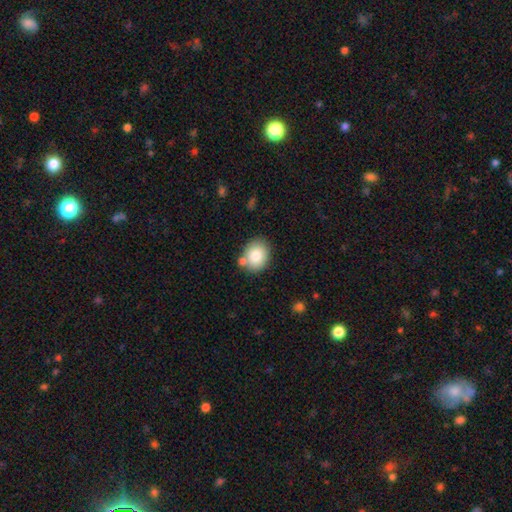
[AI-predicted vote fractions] Smooth or featured? Predicted: smooth (p=0.81). How rounded? Predicted: round (p=0.59). Merging? Predicted: none (p=0.72).